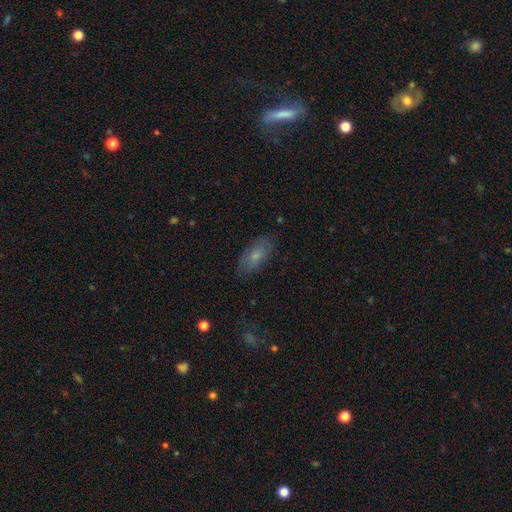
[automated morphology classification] smooth-or-featured: smooth: 71% | featured or disk: 21% | star or artifact: 8%
  how-rounded: in between: 87% | cigar-shaped: 10% | round: 4%
  merging: none: 81% | minor disturbance: 15% | major disturbance: 4% | merger: 1%